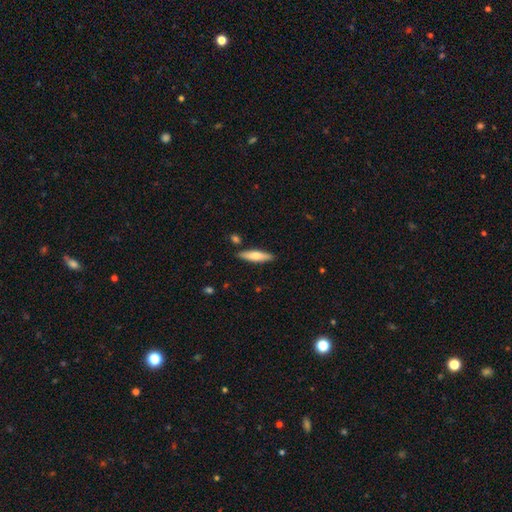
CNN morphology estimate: Smooth or featured? Predicted: smooth (p=0.63). How rounded? Predicted: cigar-shaped (p=0.71). Merging? Predicted: none (p=0.86).